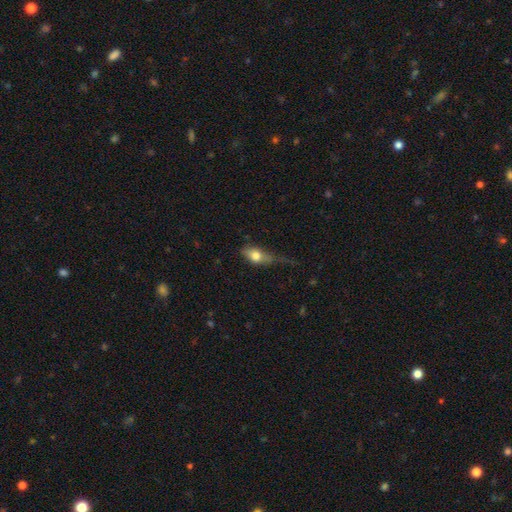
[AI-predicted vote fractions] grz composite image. It shows a smooth galaxy with no disk features (71%) that is in between round and cigar-shaped (76%). Merging: minor disturbance (33%, tied with major disturbance).